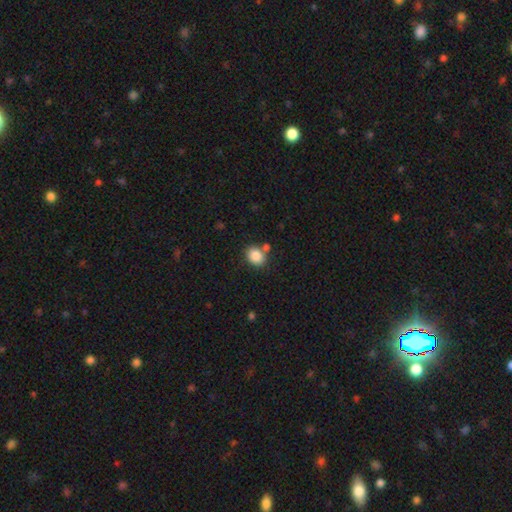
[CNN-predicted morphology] Smooth or featured: smooth — 86% (star or artifact — 9%)
How rounded: round — 53% (in between — 46%)
Merging: none — 72% (merger — 13%)